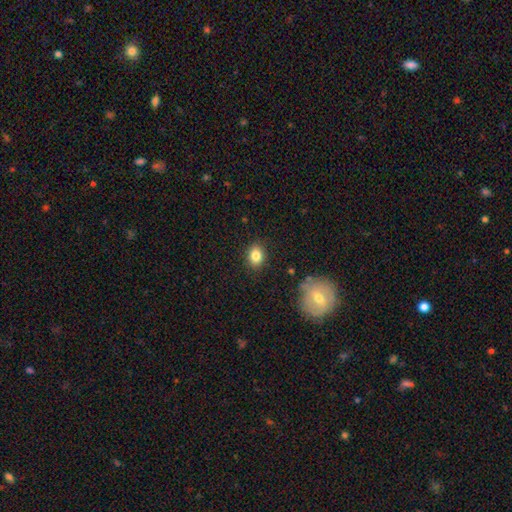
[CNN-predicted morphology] Q: Smooth or featured?
A: smooth (83%); runner-up: star or artifact (10%)
Q: How rounded?
A: in between (55%); runner-up: round (44%)
Q: Merging?
A: none (87%); runner-up: minor disturbance (9%)